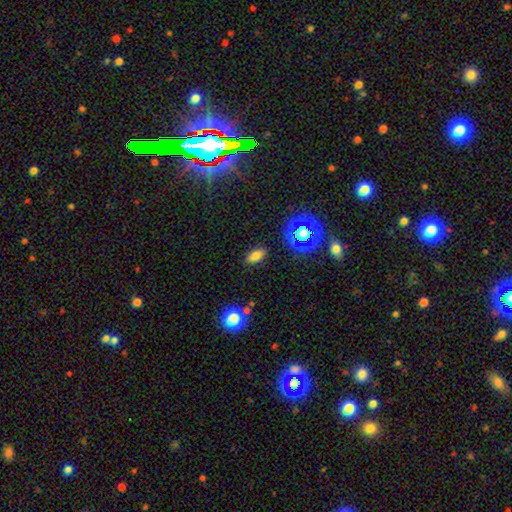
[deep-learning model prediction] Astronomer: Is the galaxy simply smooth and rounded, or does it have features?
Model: smooth — 72%.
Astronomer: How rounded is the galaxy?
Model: in between — 87%.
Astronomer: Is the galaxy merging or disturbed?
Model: none — 86%.